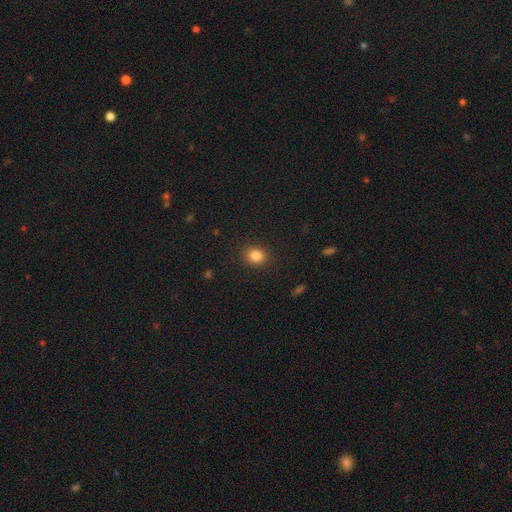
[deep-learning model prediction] This is clearly a smooth galaxy (84%). How rounded: likely round (61%). Merging: clearly none (89%).